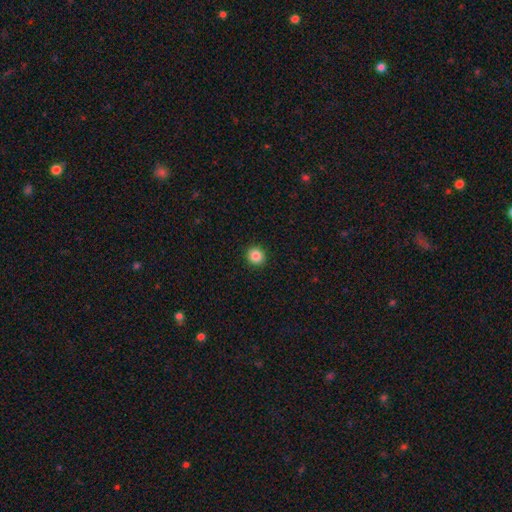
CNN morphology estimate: A smooth galaxy with no disk features (86%) that is round (90%).

Vote fractions:
- Smooth or featured? smooth: 86% / star or artifact: 10% / featured or disk: 4%
- How rounded? round: 90% / in between: 10% / cigar-shaped: 1%
- Merging? none: 93% / minor disturbance: 5% / major disturbance: 2% / merger: 1%